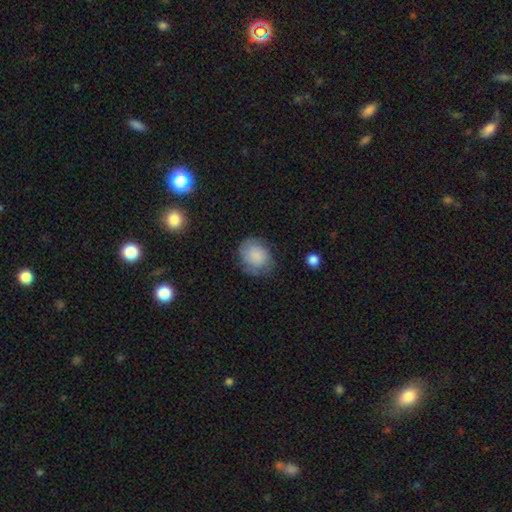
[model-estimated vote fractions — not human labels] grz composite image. It shows a smooth galaxy with no disk features (75%) that is round (63%). Merging: none (67%).